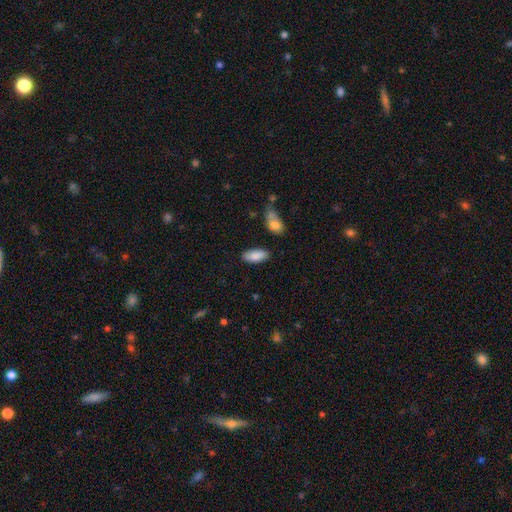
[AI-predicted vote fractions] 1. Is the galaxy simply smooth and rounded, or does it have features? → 86% smooth, 8% featured or disk, 6% star or artifact.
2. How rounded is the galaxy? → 88% in between, 10% cigar-shaped, 2% round.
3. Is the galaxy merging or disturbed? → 81% none, 12% minor disturbance, 4% merger, 3% major disturbance.